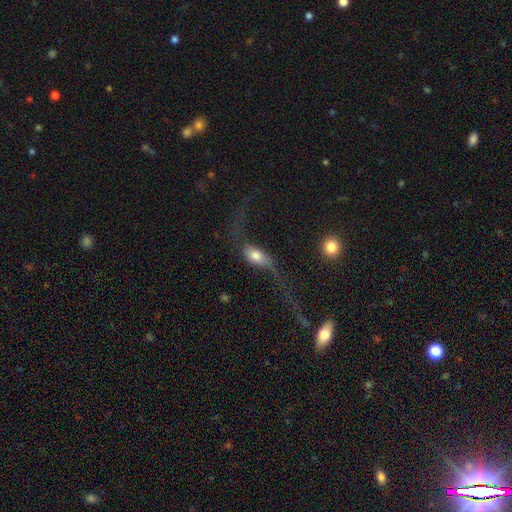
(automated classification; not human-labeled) smooth_or_featured: smooth (p=0.54) [alt: featured or disk p=0.38]
how_rounded: in between (p=0.83) [alt: cigar-shaped p=0.09]
merging: major disturbance (p=0.51) [alt: none p=0.25]